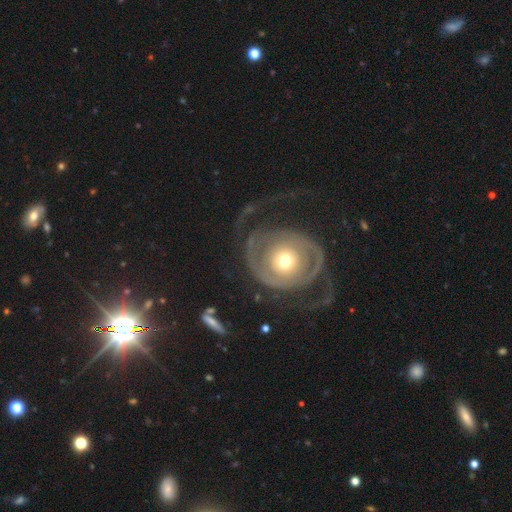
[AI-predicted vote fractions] A featured or disk galaxy (85%) with no bar (75%), 2 (73%) tight (64%) spiral arms (92%) and a moderate central bulge (65%).

Vote fractions:
- Smooth or featured? featured or disk: 85% / smooth: 8% / star or artifact: 7%
- Edge-on disk? no: 97% / yes: 3%
- Bar? no: 75% / weak: 17% / strong: 9%
- Spiral arms? yes: 92% / no: 8%
- Spiral winding? tight: 64% / medium: 27% / loose: 9%
- Spiral arm count? 2: 73% / can't tell: 10% / 3: 6% / 1: 4% / 4: 3% / more than 4: 3%
- Bulge size? moderate: 65% / small: 25% / large: 7% / dominant: 1% / none: 1%
- Merging? none: 74% / minor disturbance: 13% / major disturbance: 11% / merger: 2%